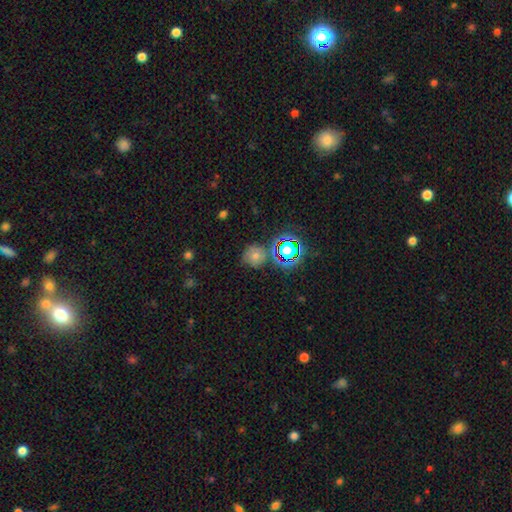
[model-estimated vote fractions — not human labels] The model was most divided on "smooth or featured": star or artifact: 45%, smooth: 37%, featured or disk: 18%.